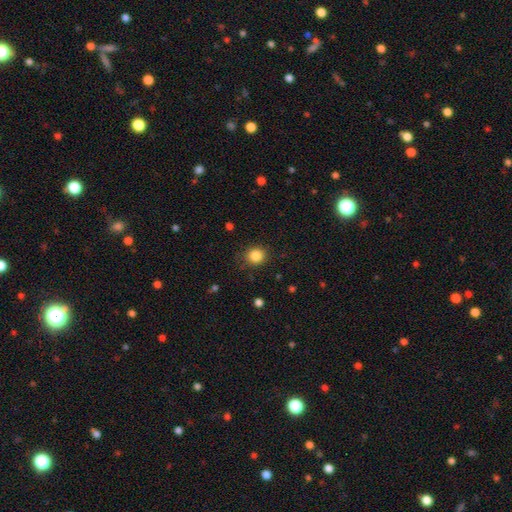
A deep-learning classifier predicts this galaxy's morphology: Overall: smooth (85%). How rounded: round (83%). Merging: none (86%).